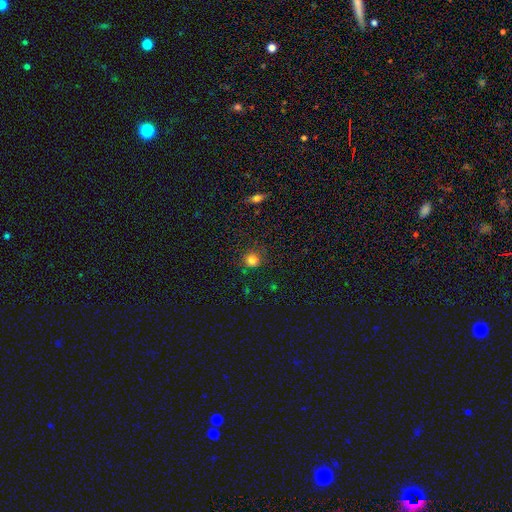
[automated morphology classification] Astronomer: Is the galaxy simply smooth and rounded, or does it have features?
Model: smooth — 78%.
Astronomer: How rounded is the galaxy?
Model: round — 93%.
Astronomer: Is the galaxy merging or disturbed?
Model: none — 86%.